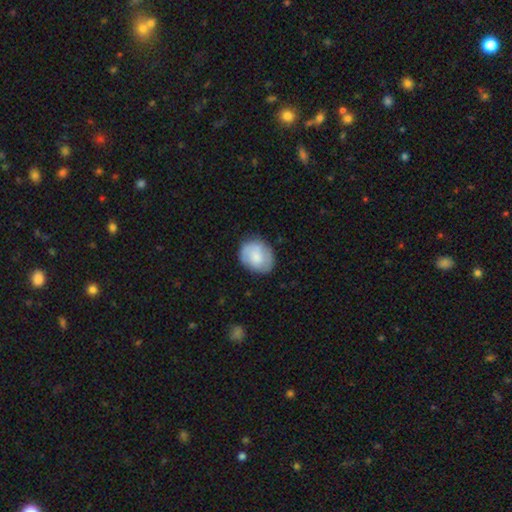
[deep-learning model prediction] smooth_or_featured: smooth (p=0.69) [alt: featured or disk p=0.24]
how_rounded: in between (p=0.51) [alt: round p=0.48]
merging: none (p=0.75) [alt: minor disturbance p=0.19]